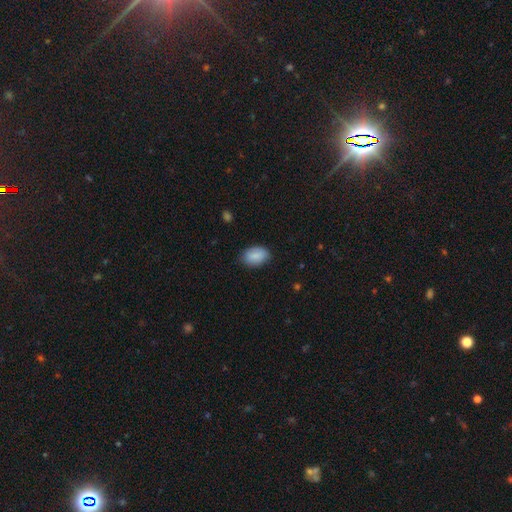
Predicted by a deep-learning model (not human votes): smooth-or-featured: smooth: 88% | star or artifact: 7% | featured or disk: 6%
  how-rounded: in between: 89% | round: 9% | cigar-shaped: 2%
  merging: none: 81% | minor disturbance: 15% | major disturbance: 3% | merger: 1%